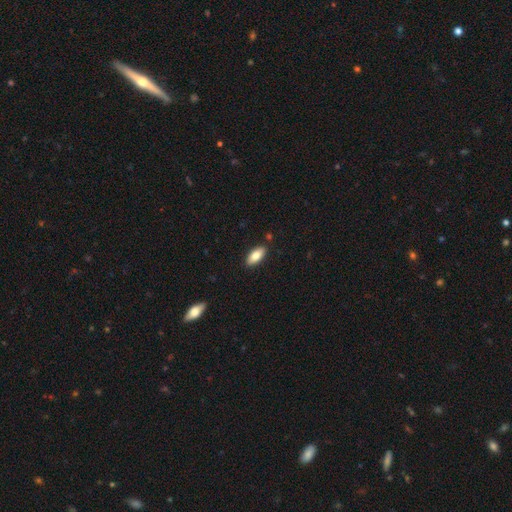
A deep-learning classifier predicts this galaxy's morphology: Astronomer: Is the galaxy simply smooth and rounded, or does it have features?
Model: smooth — 83%.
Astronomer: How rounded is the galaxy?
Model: in between — 87%.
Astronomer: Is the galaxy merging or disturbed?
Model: none — 88%.